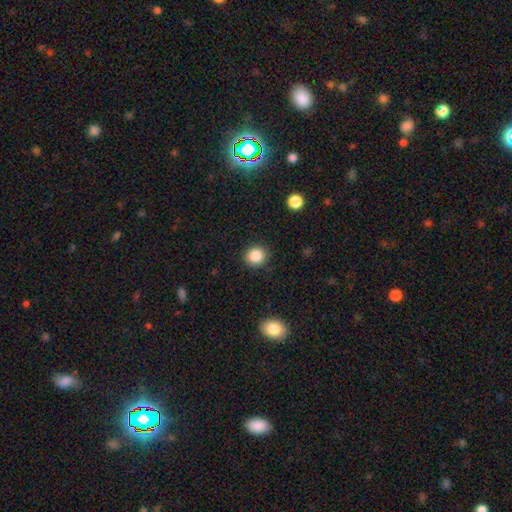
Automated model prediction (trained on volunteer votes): smooth 86%, star or artifact 10%, featured or disk 4%. Down the decision tree: how rounded — round (87%); merging — none (90%).